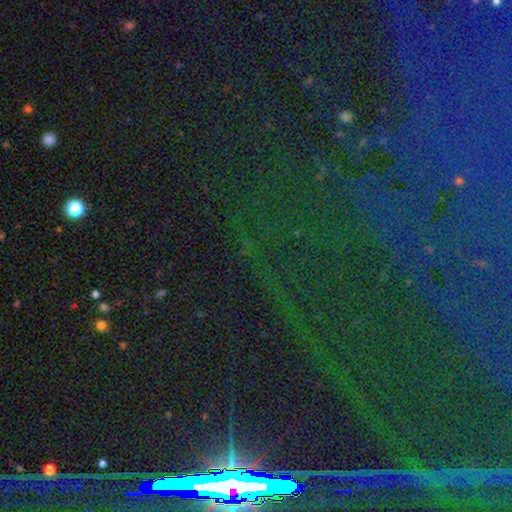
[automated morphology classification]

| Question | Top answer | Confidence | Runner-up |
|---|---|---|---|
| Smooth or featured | star or artifact | 84% | smooth (8%) |